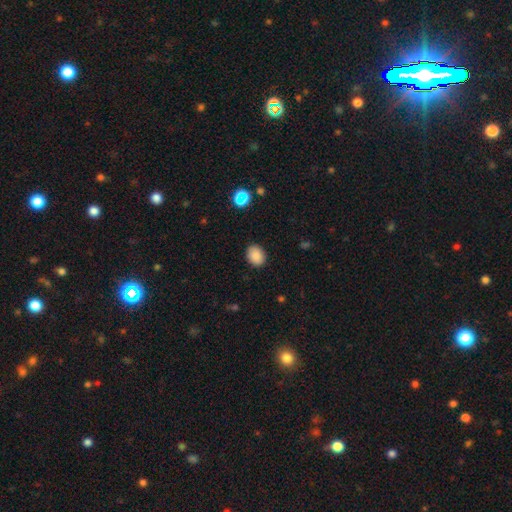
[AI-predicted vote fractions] The model was most divided on "how rounded": in between: 60%, round: 39%, cigar-shaped: 1%. More confident: merging — none (88%); smooth or featured — smooth (87%).